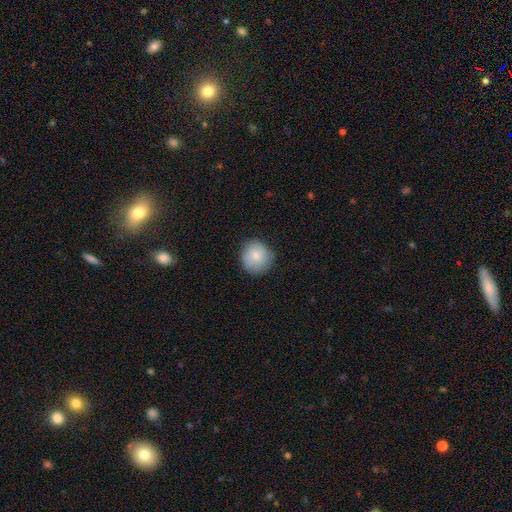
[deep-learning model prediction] Morphology: type=smooth (80%); roundness=round (91%); merging=none (82%).